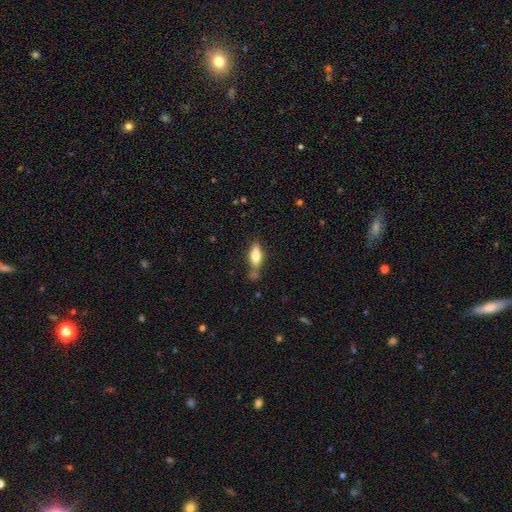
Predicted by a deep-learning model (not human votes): The model was most divided on "how rounded": in between: 63%, cigar-shaped: 34%, round: 3%. More confident: smooth or featured — smooth (69%); merging — none (63%).